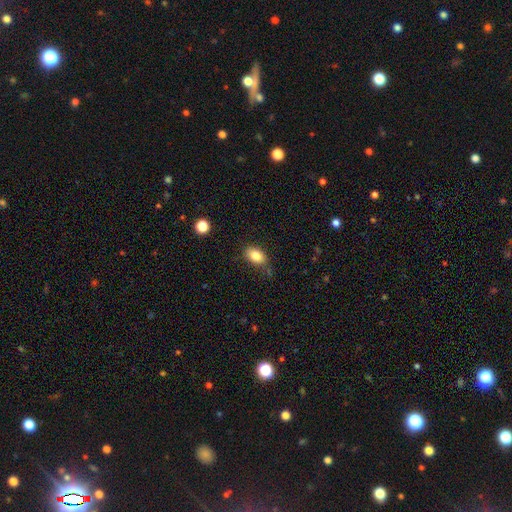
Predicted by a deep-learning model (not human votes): smooth 83%, star or artifact 9%, featured or disk 8%. Down the decision tree: how rounded — in between (86%); merging — none (78%).